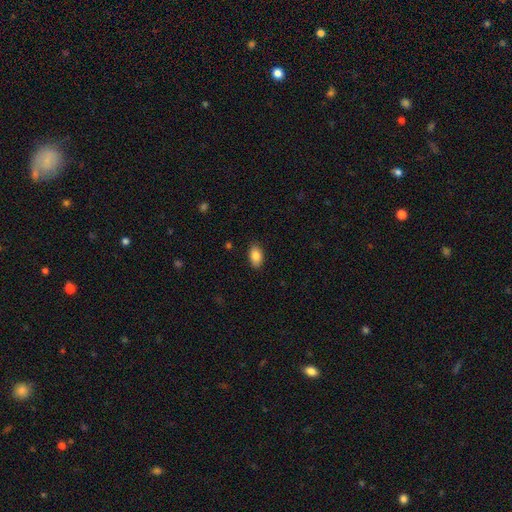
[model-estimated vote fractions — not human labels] smooth_or_featured: smooth (p=0.86) [alt: star or artifact p=0.07]
how_rounded: in between (p=0.92) [alt: round p=0.06]
merging: none (p=0.88) [alt: minor disturbance p=0.09]